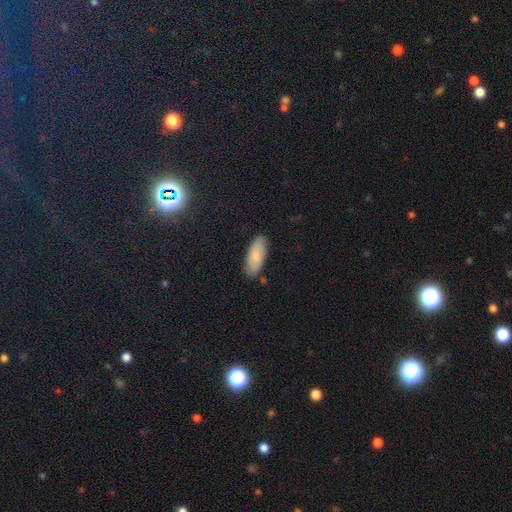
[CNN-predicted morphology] A smooth galaxy with no disk features (80%) that is in between round and cigar-shaped (83%).

Vote fractions:
- Smooth or featured? smooth: 80% / featured or disk: 13% / star or artifact: 7%
- How rounded? in between: 83% / cigar-shaped: 15% / round: 2%
- Merging? none: 84% / minor disturbance: 12% / major disturbance: 2% / merger: 2%